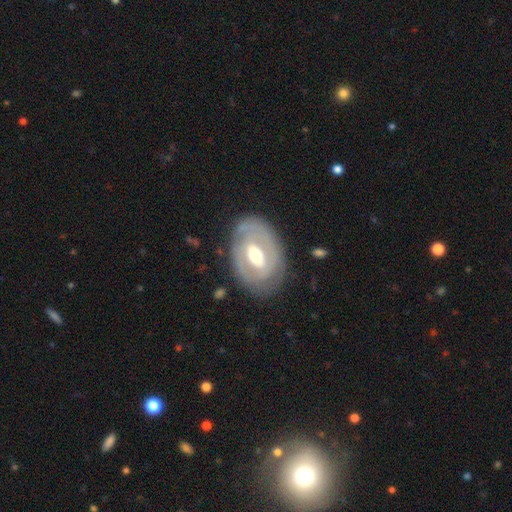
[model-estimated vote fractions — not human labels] Smooth or featured? featured or disk (72%)
Edge-on disk? no (94%)
Bar? weak (42%)
Spiral arms? yes (51%)
Bulge size? moderate (72%)
Merging? none (77%)